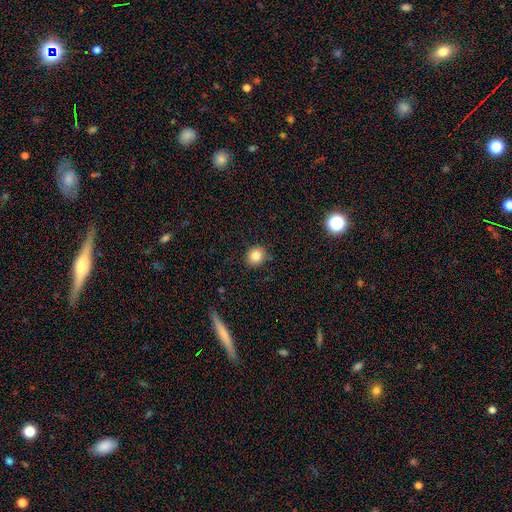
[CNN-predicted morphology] Smooth or featured: smooth — 83% (star or artifact — 10%)
How rounded: round — 83% (in between — 16%)
Merging: none — 87% (minor disturbance — 9%)